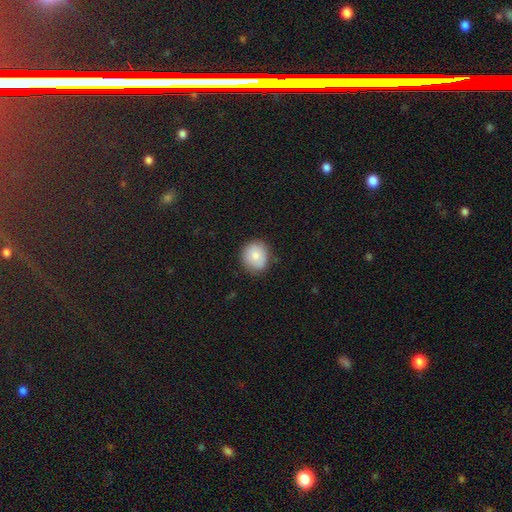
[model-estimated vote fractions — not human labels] Smooth or featured? Predicted: smooth (p=0.80). How rounded? Predicted: round (p=0.82). Merging? Predicted: none (p=0.84).